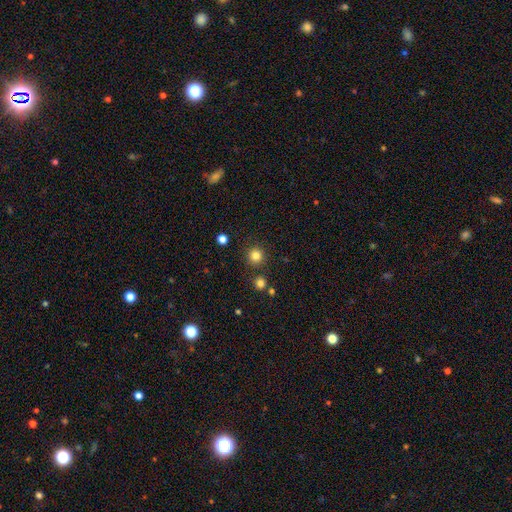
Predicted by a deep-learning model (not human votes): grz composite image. It shows a smooth galaxy with no disk features (82%) that is round (95%). Merging: none (88%).